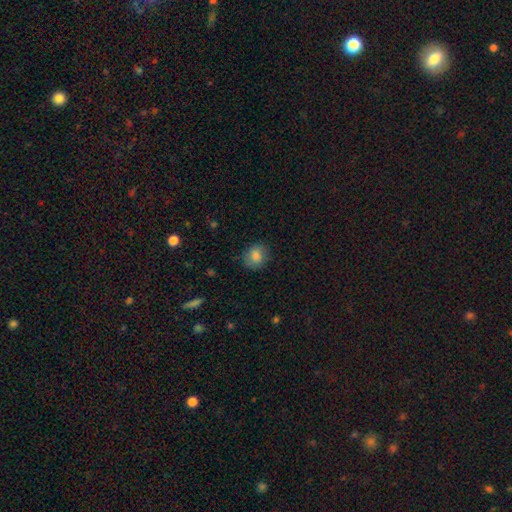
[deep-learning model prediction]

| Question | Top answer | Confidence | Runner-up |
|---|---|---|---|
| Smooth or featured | smooth | 82% | featured or disk (9%) |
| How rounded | round | 66% | in between (33%) |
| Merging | none | 81% | minor disturbance (15%) |